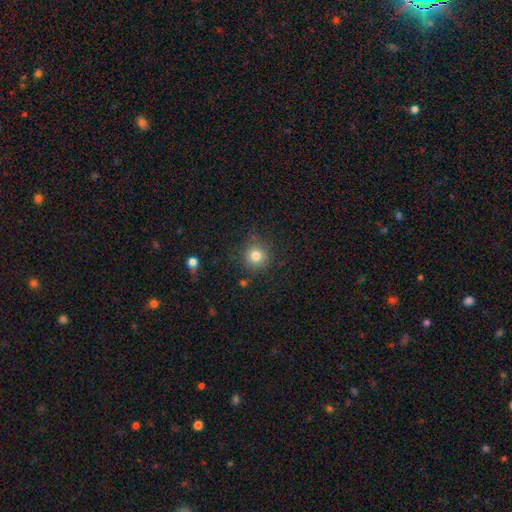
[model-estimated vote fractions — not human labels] Overall: smooth (81%). How rounded: round (93%). Merging: none (86%).